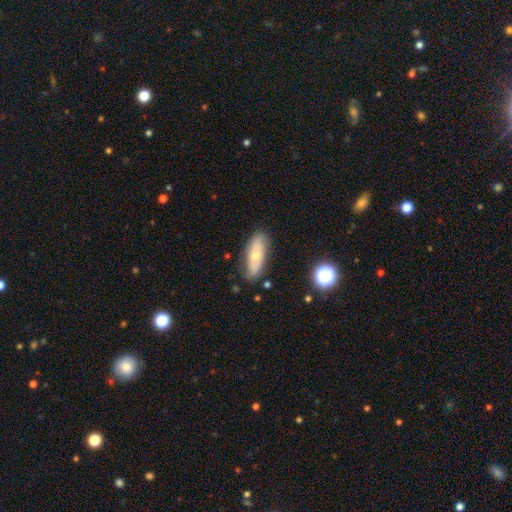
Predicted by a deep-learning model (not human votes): Smooth or featured?
  - smooth: 52% *
  - featured or disk: 40%
  - star or artifact: 8%
How rounded?
  - in between: 69% *
  - cigar-shaped: 28%
  - round: 3%
Merging?
  - none: 76% *
  - minor disturbance: 18%
  - major disturbance: 4%
  - merger: 2%